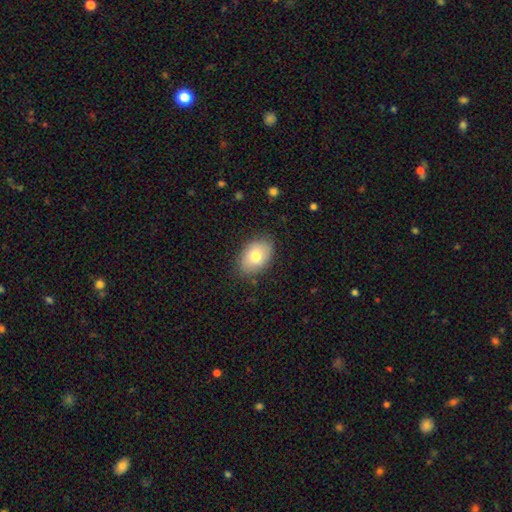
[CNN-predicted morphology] type=smooth (76%); roundness=in between (87%); merging=none (81%).